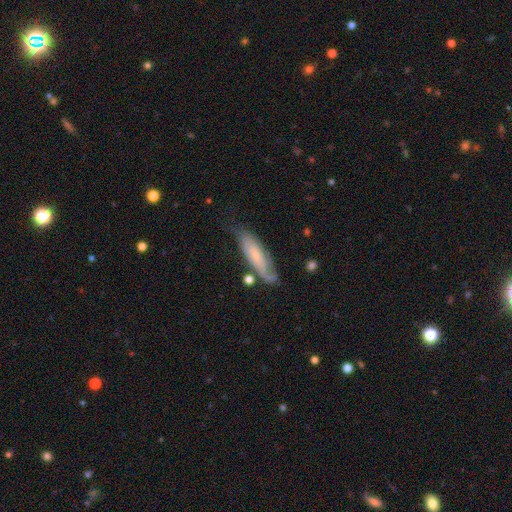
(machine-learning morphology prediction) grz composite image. It shows a featured or disk galaxy (49%). Merging: none (56%).